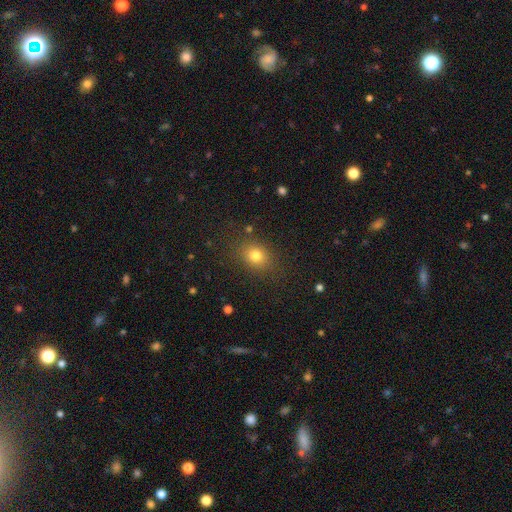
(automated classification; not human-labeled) This is likely a smooth galaxy (77%). How rounded: possibly round (54%). Merging: clearly none (82%).